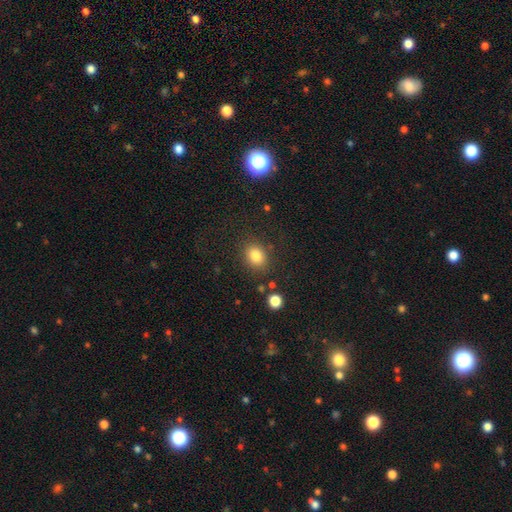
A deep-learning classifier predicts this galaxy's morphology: A smooth galaxy with no disk features (83%) that is round (54%).

Vote fractions:
- Smooth or featured? smooth: 83% / star or artifact: 11% / featured or disk: 6%
- How rounded? round: 54% / in between: 45% / cigar-shaped: 1%
- Merging? none: 82% / minor disturbance: 11% / major disturbance: 4% / merger: 3%